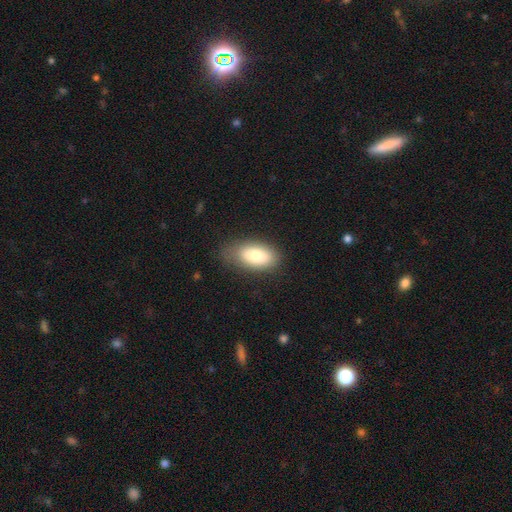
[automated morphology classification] Smooth or featured? Predicted: smooth (p=0.80). How rounded? Predicted: in between (p=0.92). Merging? Predicted: none (p=0.73).